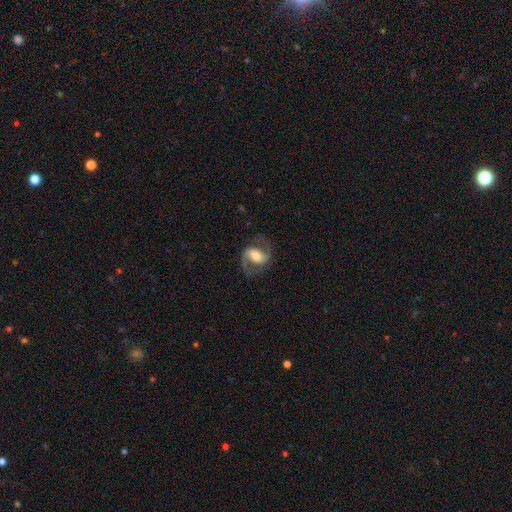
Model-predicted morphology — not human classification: A featured or disk galaxy (85%) with a weak bar (43%), 2 (91%) medium (53%) spiral arms (96%) and a moderate central bulge (59%). Merging: none (75%).